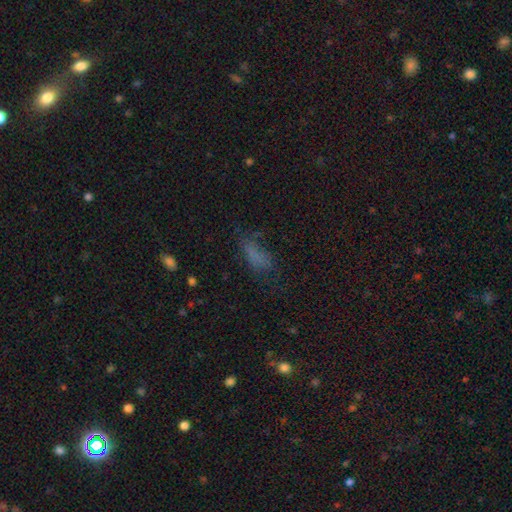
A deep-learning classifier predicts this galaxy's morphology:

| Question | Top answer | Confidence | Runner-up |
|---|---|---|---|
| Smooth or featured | smooth | 62% | star or artifact (21%) |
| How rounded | in between | 69% | cigar-shaped (26%) |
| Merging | none | 44% | major disturbance (27%) |